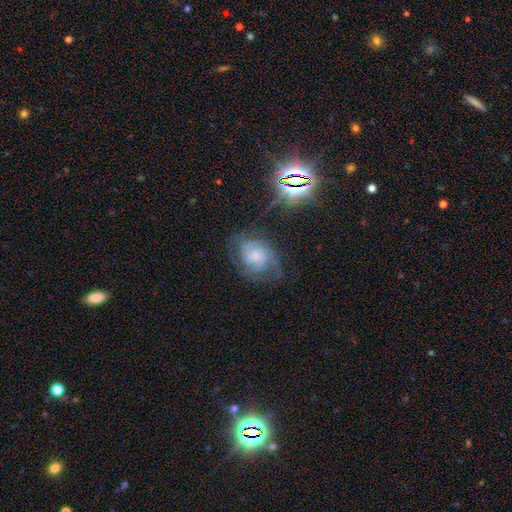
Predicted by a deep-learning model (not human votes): This appears to be a featured or disk galaxy (75%) with no bar (67%), tight (49%) spiral arms (92%) and a small central bulge (44%). Merging: none (62%).